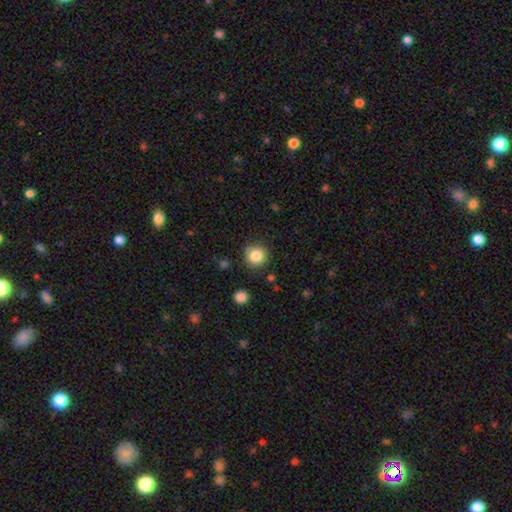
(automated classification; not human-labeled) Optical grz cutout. It shows a smooth galaxy with no disk features (84%) that is round (93%). Merging: none (86%).